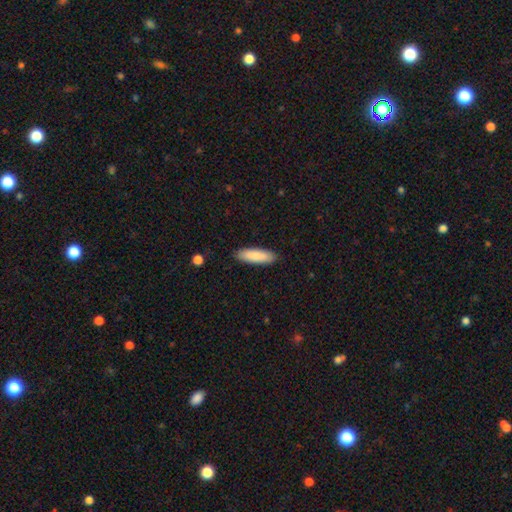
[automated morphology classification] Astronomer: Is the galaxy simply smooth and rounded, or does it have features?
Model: smooth — 86%.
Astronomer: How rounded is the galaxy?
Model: cigar-shaped — 51% (runner-up: in between, 48%).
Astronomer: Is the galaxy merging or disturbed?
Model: none — 89%.